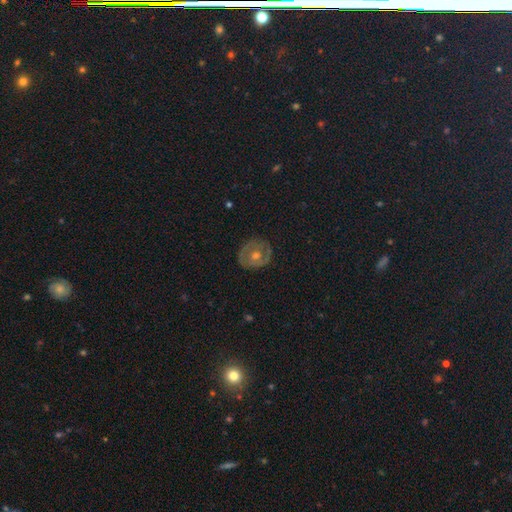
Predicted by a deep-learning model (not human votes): Morphology: type=featured or disk (56%); edge-on=no (95%); bar=no (83%); spiral arms=no (70%); bulge=moderate (73%); merging=none (83%).